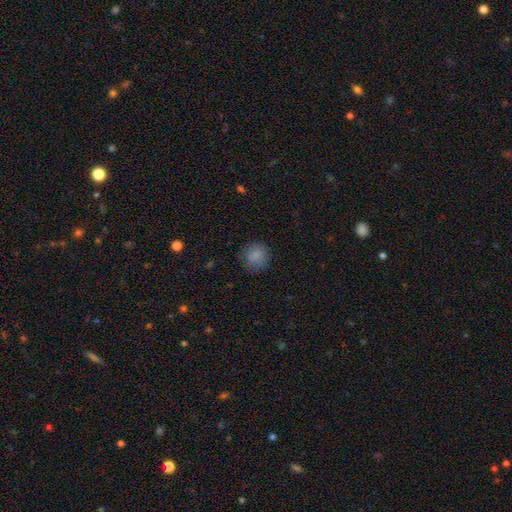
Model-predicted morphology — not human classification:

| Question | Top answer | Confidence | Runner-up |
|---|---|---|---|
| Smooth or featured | smooth | 84% | star or artifact (10%) |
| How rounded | round | 87% | in between (12%) |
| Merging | none | 80% | minor disturbance (15%) |